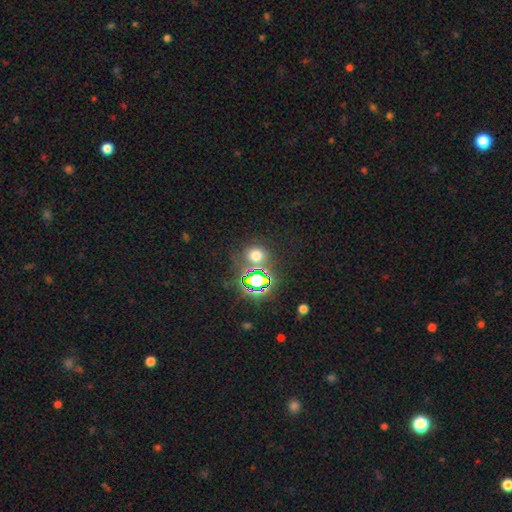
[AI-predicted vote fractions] This is possibly a smooth galaxy (57%). How rounded: likely round (79%). Merging: likely none (74%).